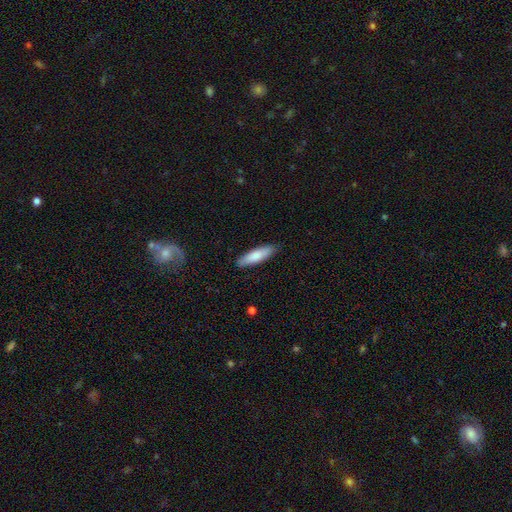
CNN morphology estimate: smooth 81%, featured or disk 14%, star or artifact 5%. Down the decision tree: how rounded — cigar-shaped (60%); merging — none (87%).